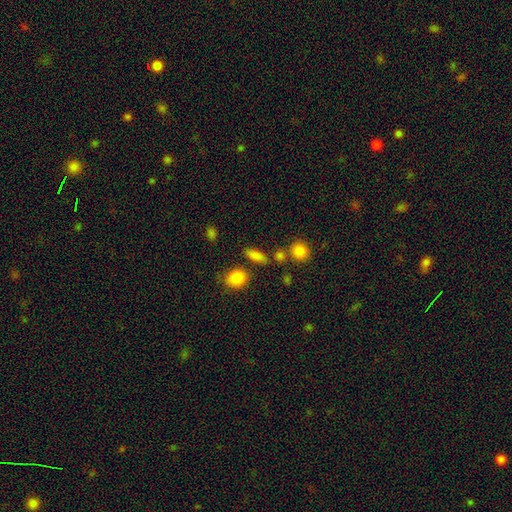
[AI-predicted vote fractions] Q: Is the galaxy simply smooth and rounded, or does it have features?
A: smooth — 82%.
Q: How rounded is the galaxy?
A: in between — 62%.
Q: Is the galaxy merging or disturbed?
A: none — 77%.